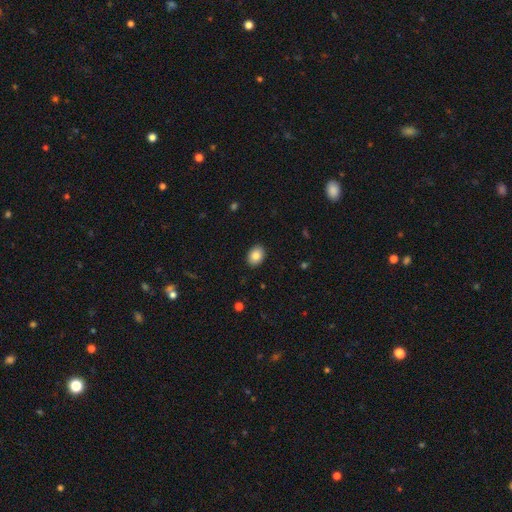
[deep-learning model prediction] This appears to be a smooth galaxy with no disk features (85%) that is in between round and cigar-shaped (74%). Merging: none (90%).